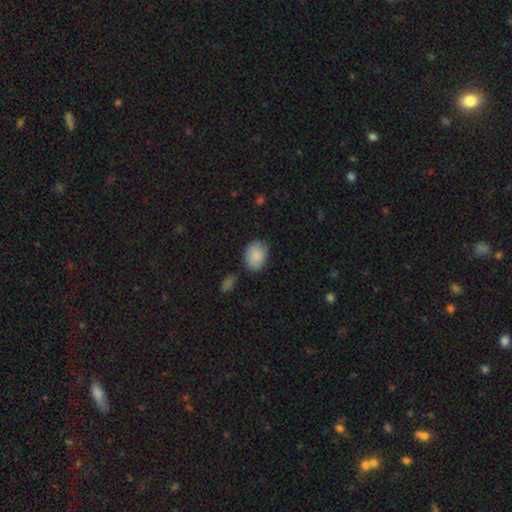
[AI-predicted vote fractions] Morphology: type=smooth (85%); roundness=in between (70%); merging=none (72%).